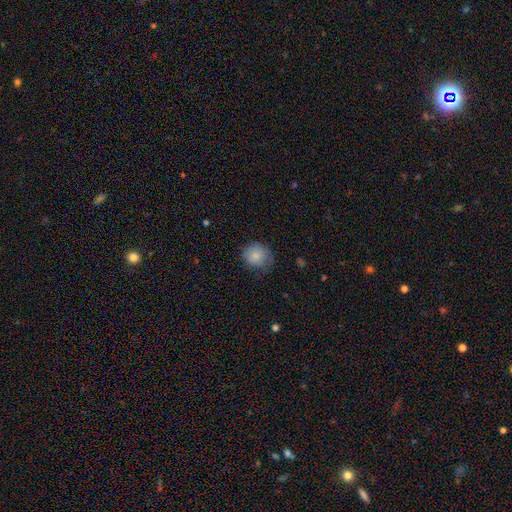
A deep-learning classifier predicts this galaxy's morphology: This is clearly a smooth galaxy (82%). How rounded: clearly round (80%). Merging: likely none (62%).